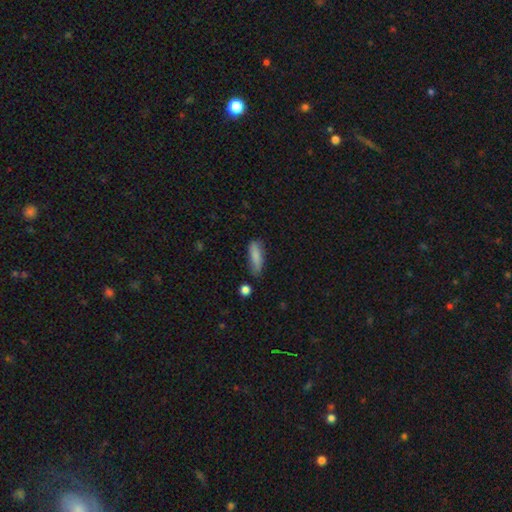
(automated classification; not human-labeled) smooth 83%, featured or disk 10%, star or artifact 7%. Down the decision tree: how rounded — cigar-shaped (49%); merging — none (63%).